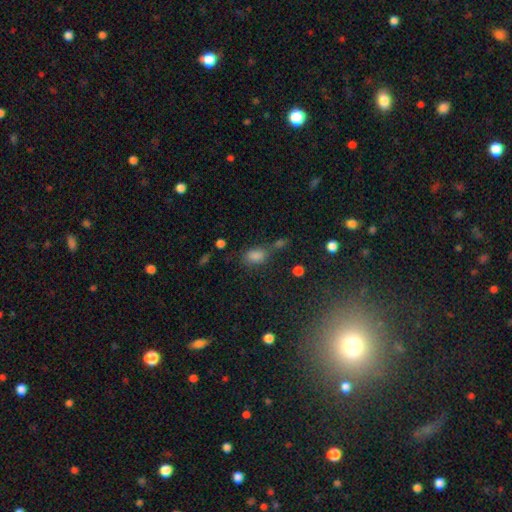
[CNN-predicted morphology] smooth_or_featured: smooth (p=0.75) [alt: star or artifact p=0.18]
how_rounded: in between (p=0.80) [alt: round p=0.17]
merging: none (p=0.57) [alt: minor disturbance p=0.18]